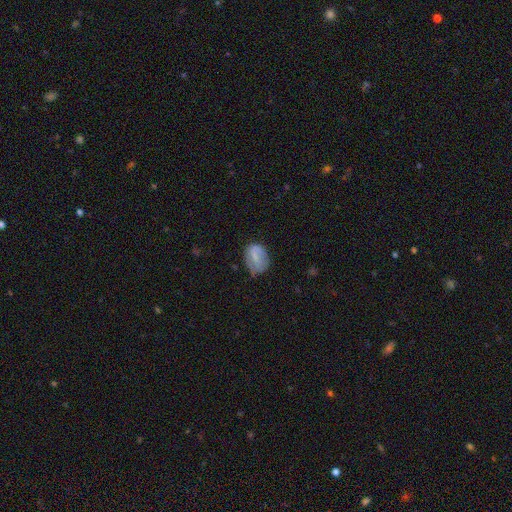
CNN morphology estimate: Smooth or featured?
  - smooth: 61% *
  - featured or disk: 30%
  - star or artifact: 8%
How rounded?
  - in between: 69% *
  - round: 29%
  - cigar-shaped: 2%
Merging?
  - none: 54% *
  - minor disturbance: 32%
  - major disturbance: 12%
  - merger: 2%